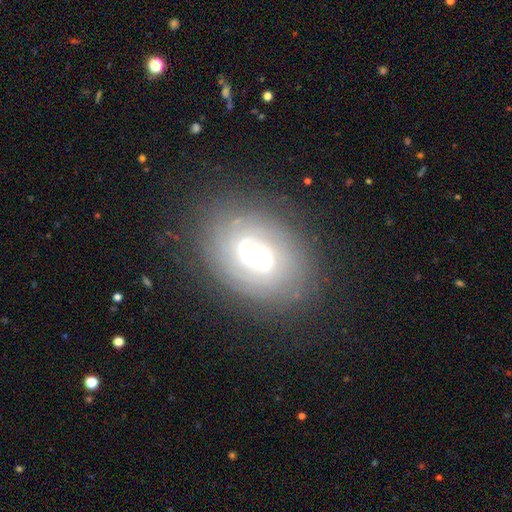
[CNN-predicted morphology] A featured or disk galaxy (70%) with a strong bar (42%, tied with weak), can't tell (40%, tied with 2) tight (64%) spiral arms (80%) and a moderate central bulge (45%).

Vote fractions:
- Smooth or featured? featured or disk: 70% / smooth: 19% / star or artifact: 11%
- Edge-on disk? no: 92% / yes: 8%
- Bar? strong: 42% (tied) / weak: 42% (tied) / no: 15%
- Spiral arms? yes: 80% / no: 20%
- Spiral winding? tight: 64% / medium: 25% / loose: 11%
- Spiral arm count? can't tell: 40% (tied) / 2: 40% (tied) / 3: 7% / 4: 5% / more than 4: 4% / 1: 4%
- Bulge size? moderate: 45% / small: 42% / large: 9% / dominant: 2% / none: 2%
- Merging? none: 80% / minor disturbance: 13% / major disturbance: 5% / merger: 2%